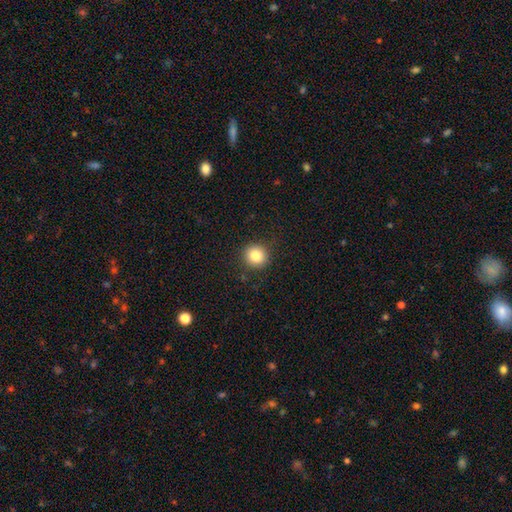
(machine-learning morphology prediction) A smooth galaxy with no disk features (84%) that is round (92%). Merging: none (90%).